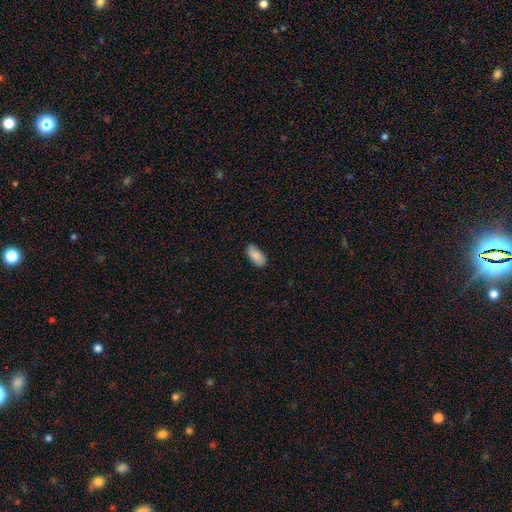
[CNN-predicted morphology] A smooth galaxy with no disk features (84%) that is in between round and cigar-shaped (93%).

Vote fractions:
- Smooth or featured? smooth: 84% / featured or disk: 9% / star or artifact: 6%
- How rounded? in between: 93% / cigar-shaped: 5% / round: 2%
- Merging? none: 77% / minor disturbance: 19% / major disturbance: 3% / merger: 1%